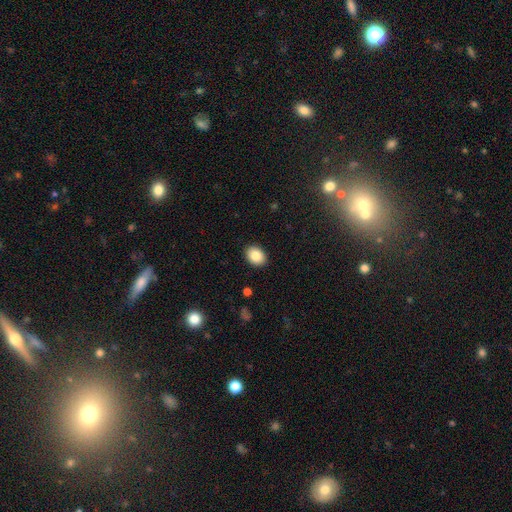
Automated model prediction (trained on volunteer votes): The model was most divided on "how rounded": in between: 62%, round: 37%, cigar-shaped: 1%. More confident: merging — none (90%); smooth or featured — smooth (86%).